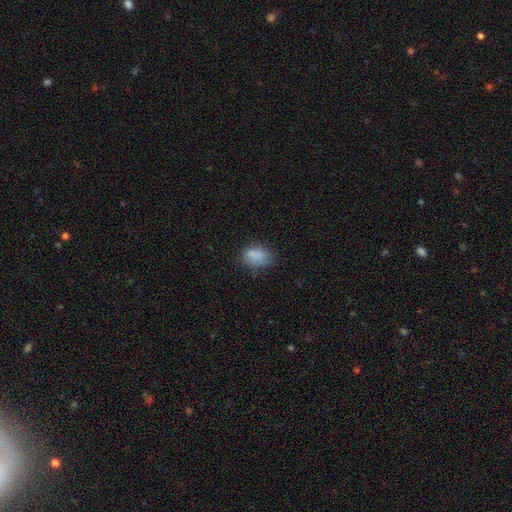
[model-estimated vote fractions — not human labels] Smooth or featured: smooth — 79% (featured or disk — 10%)
How rounded: in between — 71% (round — 27%)
Merging: none — 59% (minor disturbance — 25%)